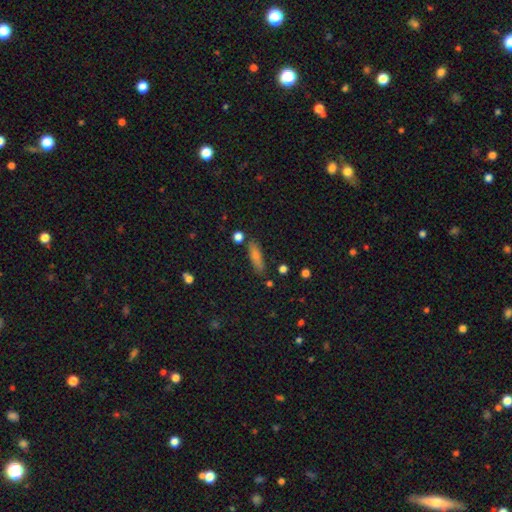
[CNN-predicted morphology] type=smooth (65%); roundness=cigar-shaped (59%); merging=none (81%).